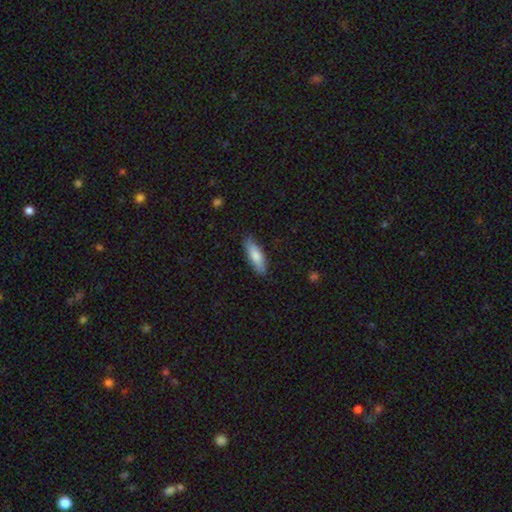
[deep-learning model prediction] Overall: smooth (79%). How rounded: in between (50%; cigar-shaped 49%). Merging: none (84%).